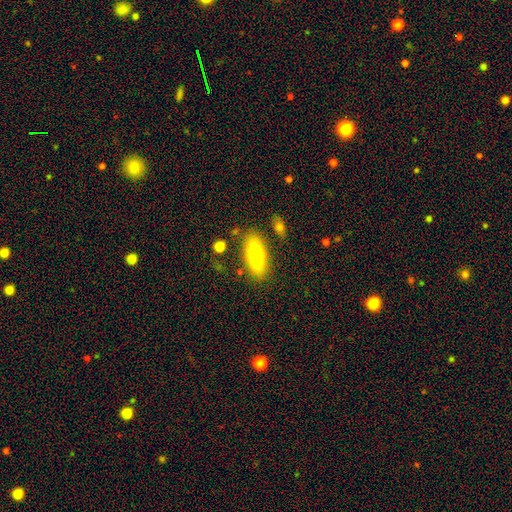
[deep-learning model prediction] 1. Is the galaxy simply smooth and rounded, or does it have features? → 72% smooth, 21% featured or disk, 7% star or artifact.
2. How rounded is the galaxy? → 80% in between, 16% cigar-shaped, 4% round.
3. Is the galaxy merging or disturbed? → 81% none, 12% minor disturbance, 4% merger, 3% major disturbance.